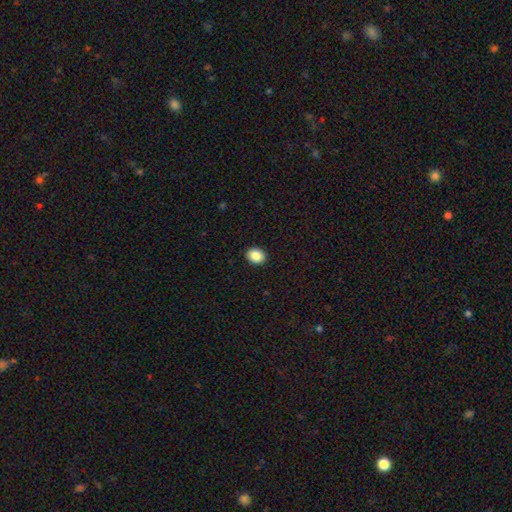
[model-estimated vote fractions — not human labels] Morphology: type=smooth (87%); roundness=in between (50%); merging=none (92%).